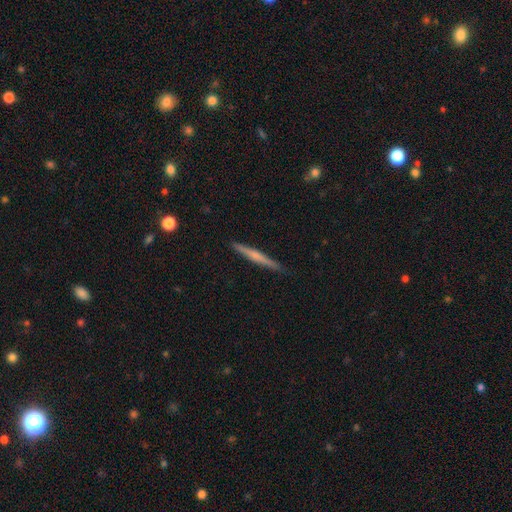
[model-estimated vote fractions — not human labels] Morphology: type=featured or disk (52%); edge-on=yes (98%); edge-on bulge=rounded (46%); merging=none (90%).